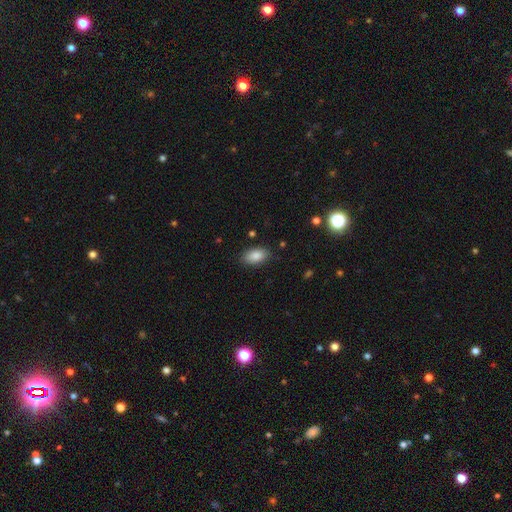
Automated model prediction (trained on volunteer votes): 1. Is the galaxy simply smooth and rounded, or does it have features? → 86% smooth, 7% star or artifact, 6% featured or disk.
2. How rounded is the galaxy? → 93% in between, 4% round, 3% cigar-shaped.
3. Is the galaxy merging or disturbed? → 85% none, 11% minor disturbance, 3% major disturbance, 1% merger.